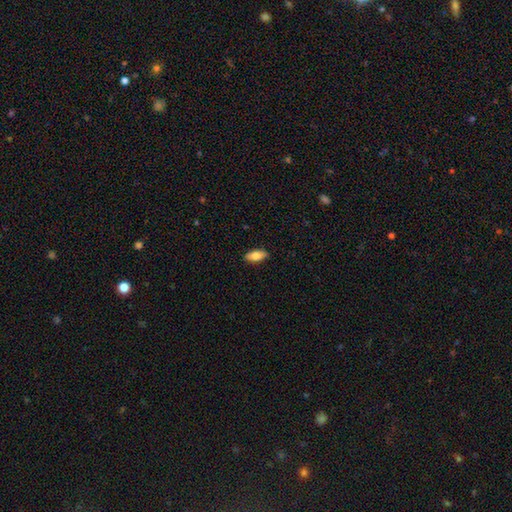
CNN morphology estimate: This appears to be a smooth galaxy with no disk features (77%) that is in between round and cigar-shaped (86%). Merging: none (89%).